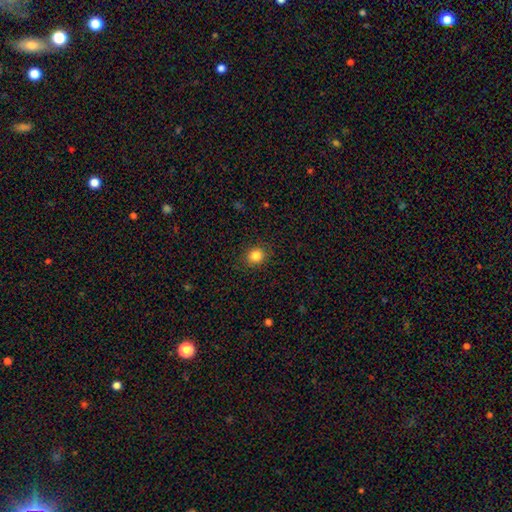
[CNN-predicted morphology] This is clearly a smooth galaxy (85%). How rounded: clearly round (83%). Merging: clearly none (89%).